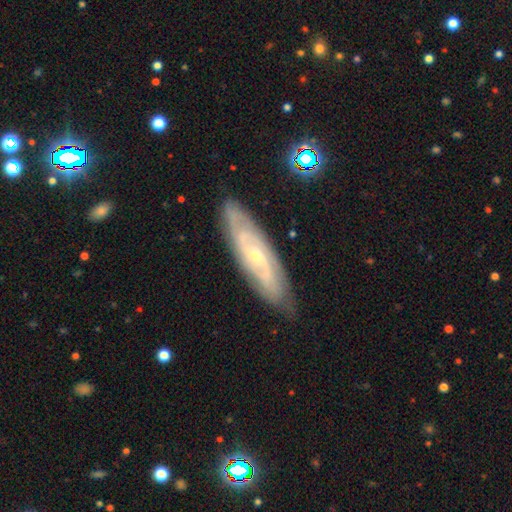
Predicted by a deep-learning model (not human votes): smooth_or_featured: featured or disk (p=0.78) [alt: smooth p=0.15]
disk_edge_on: no (p=0.81) [alt: yes p=0.19]
bar: no (p=0.50) [alt: weak p=0.38]
has_spiral_arms: yes (p=0.92) [alt: no p=0.08]
spiral_winding: tight (p=0.52) [alt: medium p=0.36]
spiral_arm_count: 2 (p=0.43) [alt: can't tell p=0.35]
bulge_size: small (p=0.69) [alt: moderate p=0.28]
merging: none (p=0.82) [alt: minor disturbance p=0.14]